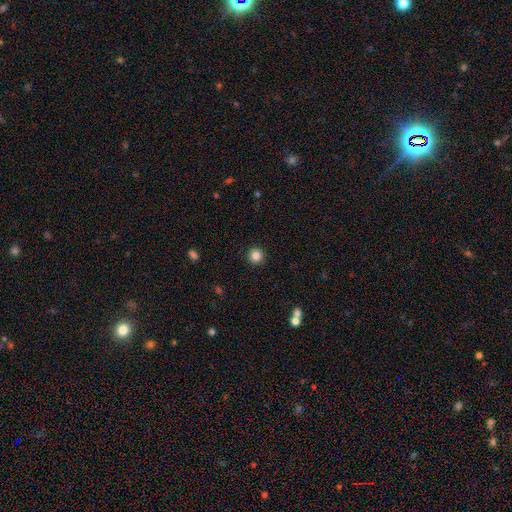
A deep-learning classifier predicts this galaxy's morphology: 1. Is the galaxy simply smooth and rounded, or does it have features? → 84% smooth, 11% star or artifact, 4% featured or disk.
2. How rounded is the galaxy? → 96% round, 3% in between, 1% cigar-shaped.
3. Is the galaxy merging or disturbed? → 93% none, 4% minor disturbance, 2% major disturbance, 1% merger.